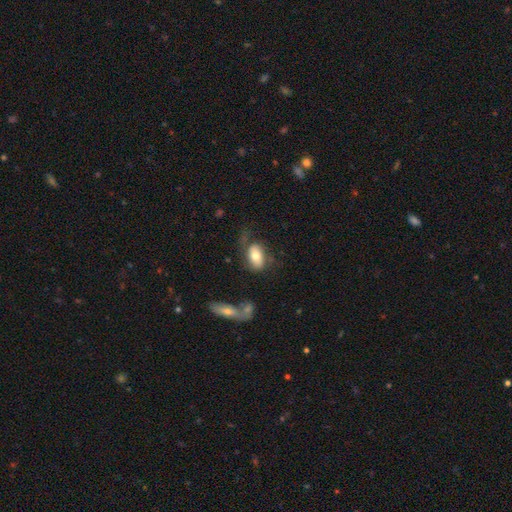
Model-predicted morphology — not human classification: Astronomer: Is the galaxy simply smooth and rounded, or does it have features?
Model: smooth — 66%.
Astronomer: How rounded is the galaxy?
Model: in between — 90%.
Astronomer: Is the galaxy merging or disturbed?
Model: none — 49%.